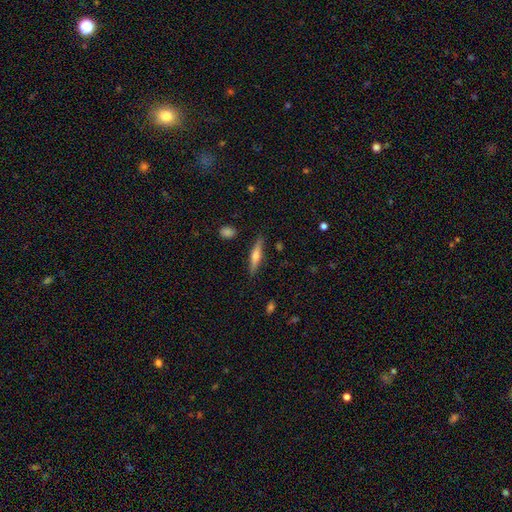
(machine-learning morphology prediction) Smooth or featured?
  - featured or disk: 52% *
  - smooth: 41%
  - star or artifact: 7%
Edge-on disk?
  - yes: 95% *
  - no: 5%
Merging?
  - none: 87% *
  - minor disturbance: 9%
  - major disturbance: 2%
  - merger: 2%